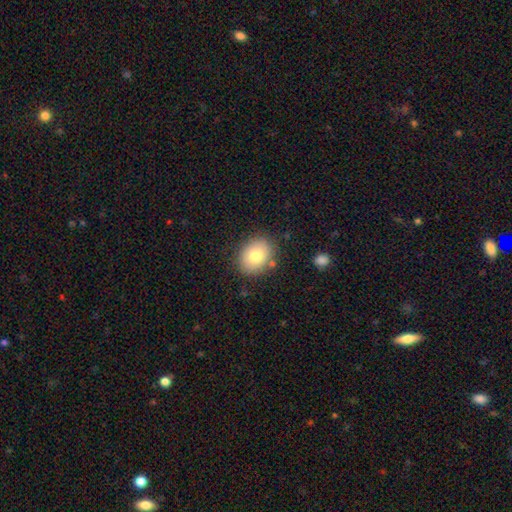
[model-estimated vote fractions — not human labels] The model was most divided on "how rounded": in between: 55%, round: 44%, cigar-shaped: 1%. More confident: merging — none (83%); smooth or featured — smooth (78%).